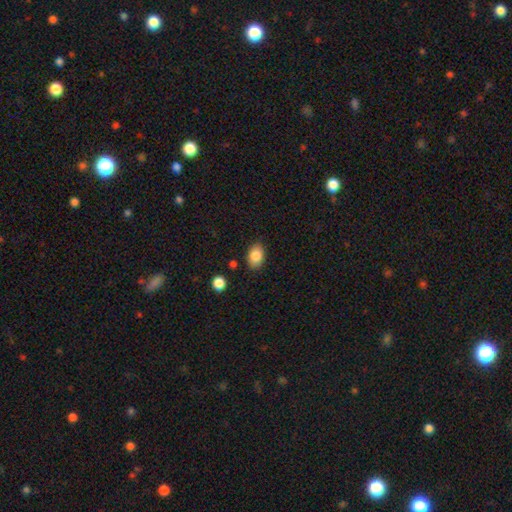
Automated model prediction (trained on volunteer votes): A smooth galaxy with no disk features (85%) that is in between round and cigar-shaped (82%).

Vote fractions:
- Smooth or featured? smooth: 85% / star or artifact: 8% / featured or disk: 8%
- How rounded? in between: 82% / round: 17% / cigar-shaped: 1%
- Merging? none: 84% / minor disturbance: 11% / merger: 3% / major disturbance: 2%